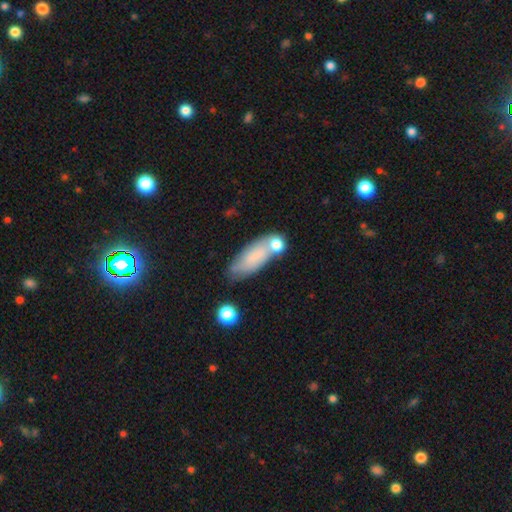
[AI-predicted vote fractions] Q: Smooth or featured?
A: smooth (72%); runner-up: featured or disk (20%)
Q: How rounded?
A: in between (70%); runner-up: cigar-shaped (27%)
Q: Merging?
A: none (52%); runner-up: merger (21%)